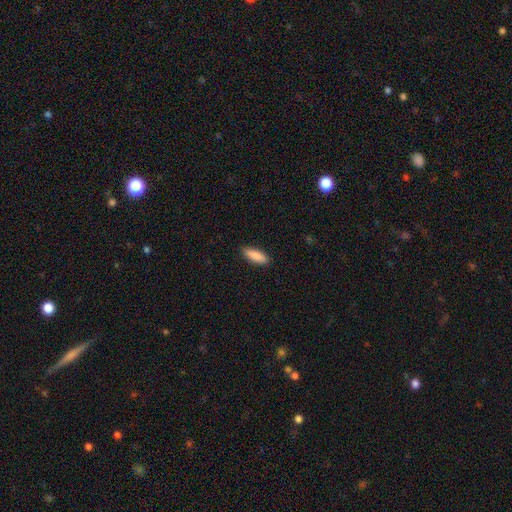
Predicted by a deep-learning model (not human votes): Morphology: type=smooth (89%); roundness=in between (59%); merging=none (89%).